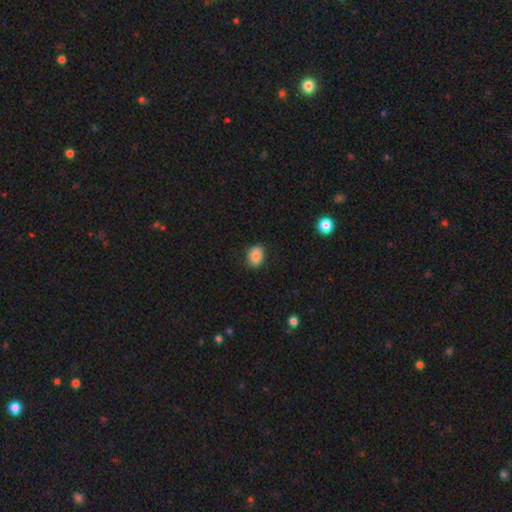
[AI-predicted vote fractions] Smooth or featured: smooth — 83% (star or artifact — 9%)
How rounded: in between — 57% (round — 42%)
Merging: none — 82% (minor disturbance — 14%)